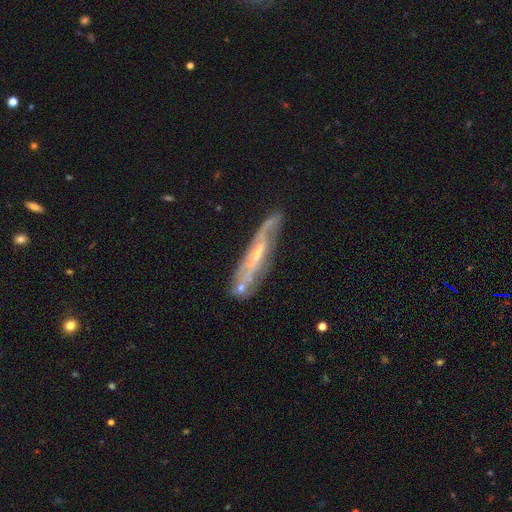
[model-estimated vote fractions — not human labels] featured or disk 72%, smooth 21%, star or artifact 7%. Down the decision tree: edge-on disk — yes (51%); merging — none (61%).